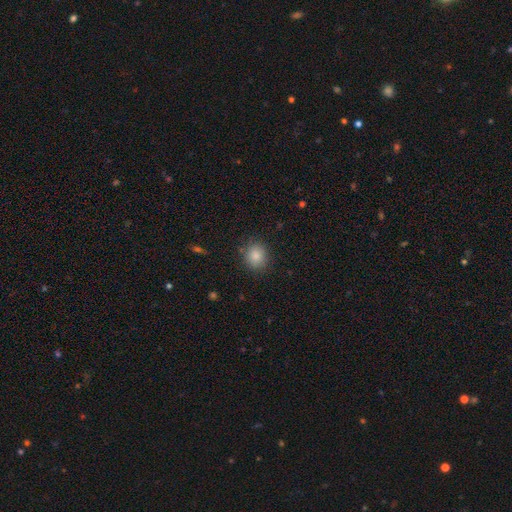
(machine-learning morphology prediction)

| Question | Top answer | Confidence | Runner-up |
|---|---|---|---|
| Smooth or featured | smooth | 86% | star or artifact (9%) |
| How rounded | round | 72% | in between (27%) |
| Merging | none | 85% | minor disturbance (10%) |